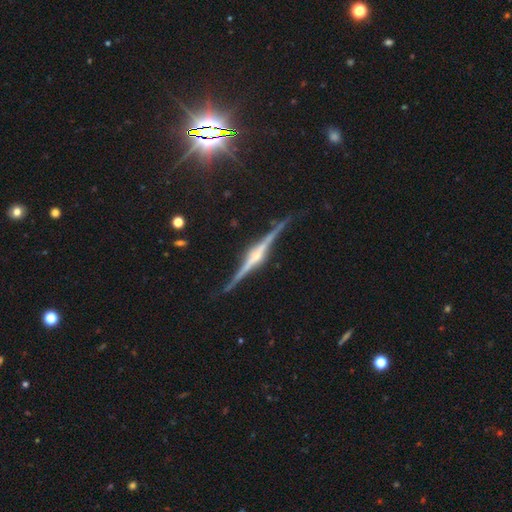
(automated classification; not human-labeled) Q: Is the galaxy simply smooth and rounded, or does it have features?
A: featured or disk — 89%.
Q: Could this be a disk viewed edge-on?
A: yes — 98%.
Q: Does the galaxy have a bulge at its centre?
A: rounded — 81%.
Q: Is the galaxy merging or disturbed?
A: none — 89%.